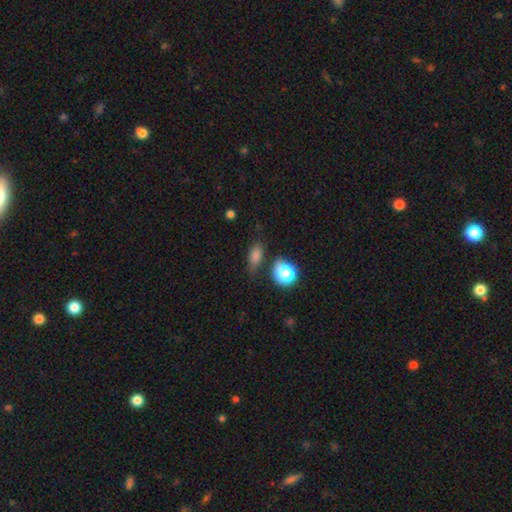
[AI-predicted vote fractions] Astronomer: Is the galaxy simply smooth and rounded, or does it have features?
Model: smooth — 76%.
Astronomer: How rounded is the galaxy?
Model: in between — 70%.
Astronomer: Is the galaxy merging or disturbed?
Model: none — 67%.